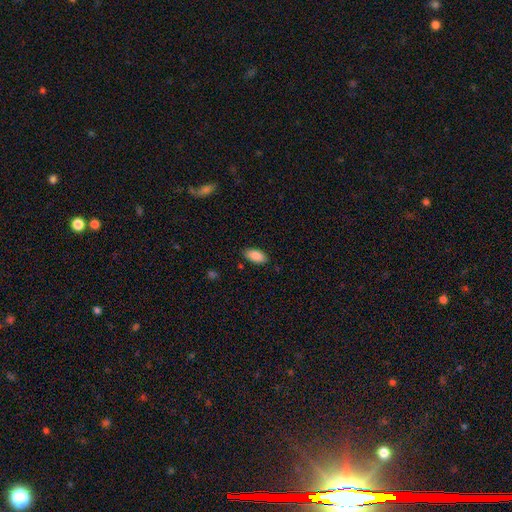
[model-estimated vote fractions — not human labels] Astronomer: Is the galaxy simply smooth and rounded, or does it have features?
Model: smooth — 89%.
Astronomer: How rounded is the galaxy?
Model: in between — 93%.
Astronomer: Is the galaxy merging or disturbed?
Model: none — 85%.